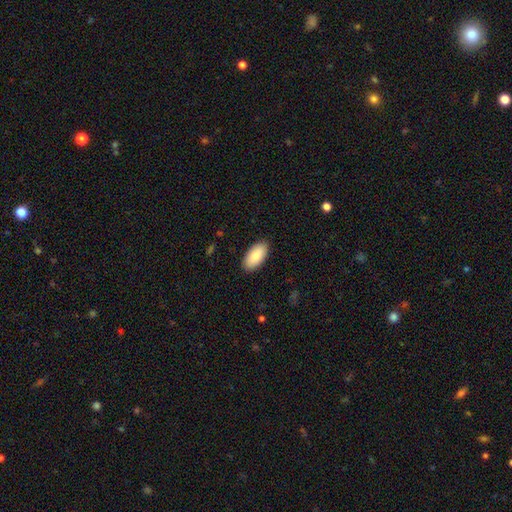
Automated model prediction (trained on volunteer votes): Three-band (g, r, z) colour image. It shows a smooth galaxy with no disk features (86%) that is in between round and cigar-shaped (95%). Merging: none (90%).